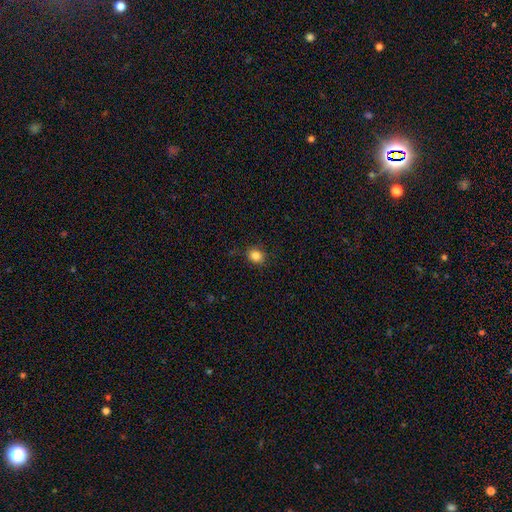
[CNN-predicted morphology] smooth 84%, star or artifact 11%, featured or disk 4%. Down the decision tree: how rounded — round (69%); merging — none (88%).